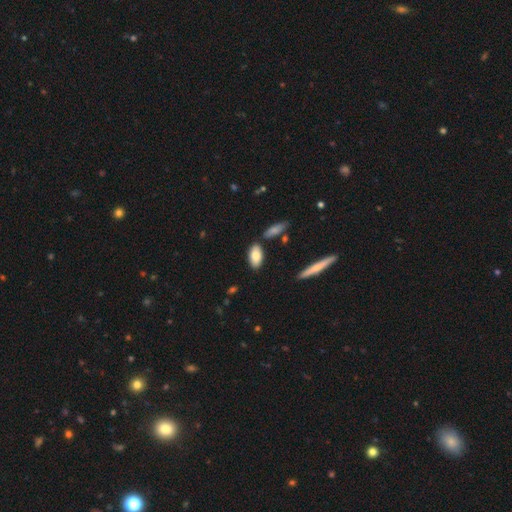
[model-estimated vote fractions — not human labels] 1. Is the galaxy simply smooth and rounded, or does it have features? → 81% smooth, 13% featured or disk, 6% star or artifact.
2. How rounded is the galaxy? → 88% in between, 9% cigar-shaped, 3% round.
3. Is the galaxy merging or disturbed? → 81% none, 11% minor disturbance, 6% merger, 2% major disturbance.